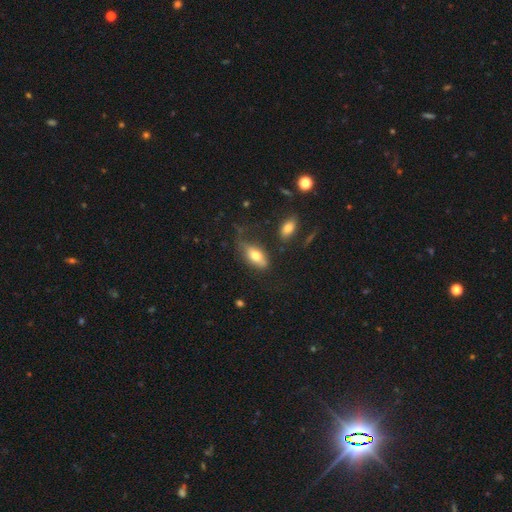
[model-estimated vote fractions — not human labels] smooth 72%, featured or disk 21%, star or artifact 8%. Down the decision tree: how rounded — in between (87%); merging — none (53%).